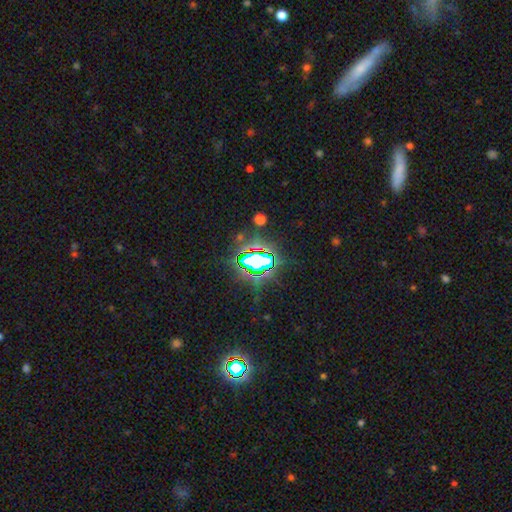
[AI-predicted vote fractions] smooth-or-featured: star or artifact: 78% | smooth: 13% | featured or disk: 9%